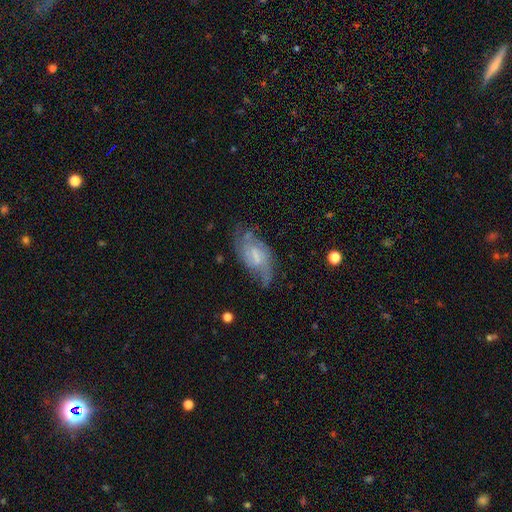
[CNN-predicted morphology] Smooth or featured?
  - featured or disk: 75% *
  - smooth: 17%
  - star or artifact: 8%
Edge-on disk?
  - no: 94% *
  - yes: 6%
Bar?
  - weak: 54% *
  - no: 31%
  - strong: 15%
Spiral arms?
  - yes: 90% *
  - no: 10%
Spiral winding?
  - medium: 45% *
  - tight: 29%
  - loose: 26%
Spiral arm count?
  - 2: 53% *
  - can't tell: 26%
  - 3: 10%
  - 1: 4%
  - 4: 4%
  - more than 4: 3%
Bulge size?
  - small: 41% *
  - none: 28%
  - moderate: 26%
  - large: 4%
  - dominant: 1%
Merging?
  - none: 59% *
  - minor disturbance: 23%
  - major disturbance: 16%
  - merger: 2%